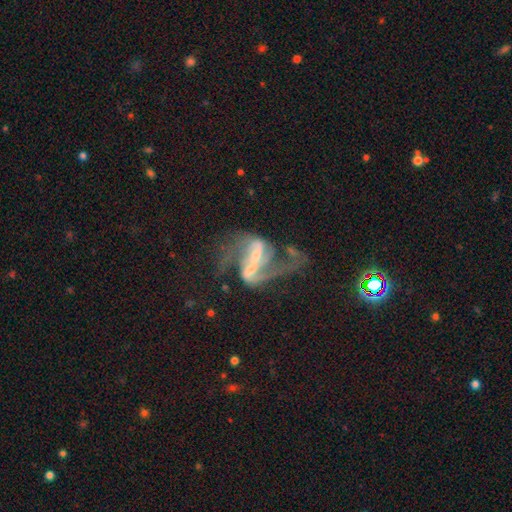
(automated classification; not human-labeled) A featured or disk galaxy (87%) with a strong bar (53%), 2 (88%) loose (57%) spiral arms (94%) and a small central bulge (55%). Merging: none (39%).